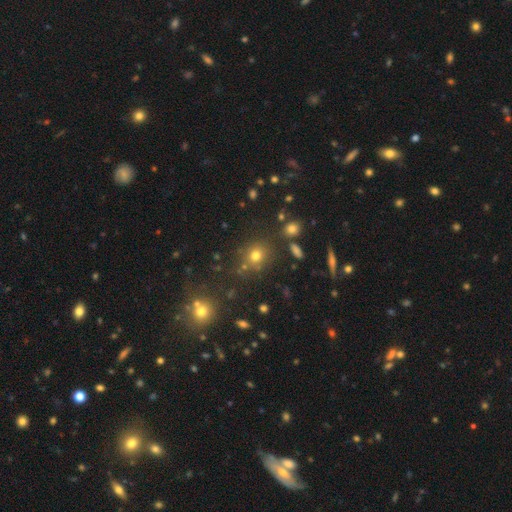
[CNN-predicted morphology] Smooth or featured?
  - smooth: 71% *
  - star or artifact: 20%
  - featured or disk: 9%
How rounded?
  - round: 80% *
  - in between: 18%
  - cigar-shaped: 1%
Merging?
  - none: 77% *
  - minor disturbance: 11%
  - merger: 8%
  - major disturbance: 4%